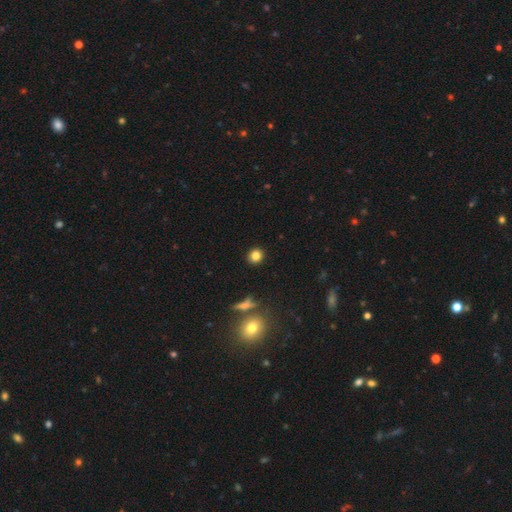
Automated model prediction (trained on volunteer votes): Smooth or featured? smooth (82%)
How rounded? round (86%)
Merging? none (90%)